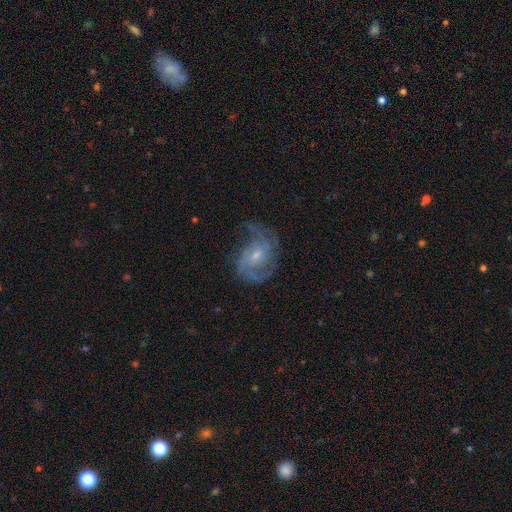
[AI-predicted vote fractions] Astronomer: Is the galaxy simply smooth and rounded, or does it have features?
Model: featured or disk — 84%.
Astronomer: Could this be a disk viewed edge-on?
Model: no — 97%.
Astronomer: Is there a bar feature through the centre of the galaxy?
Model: no — 57% (runner-up: weak, 36%).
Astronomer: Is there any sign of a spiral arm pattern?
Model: yes — 95%.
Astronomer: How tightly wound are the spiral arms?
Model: medium — 48% (runner-up: tight, 32%).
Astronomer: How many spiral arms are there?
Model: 2 — 50%.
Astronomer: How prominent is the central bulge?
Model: small — 57% (runner-up: moderate, 38%).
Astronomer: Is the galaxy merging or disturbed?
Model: none — 60%.